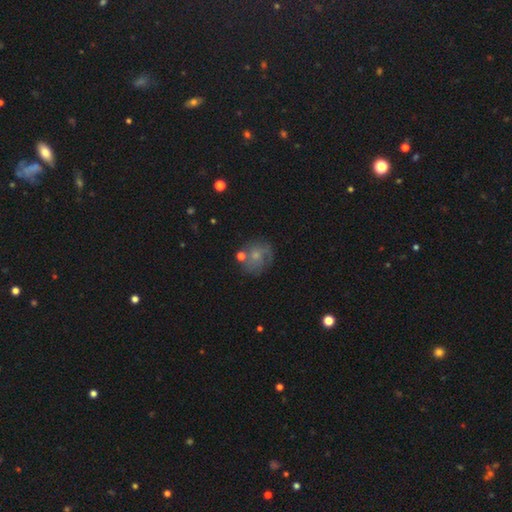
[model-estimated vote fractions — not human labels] Smooth or featured: smooth — 48% (featured or disk — 38%)
Merging: none — 60% (minor disturbance — 21%)